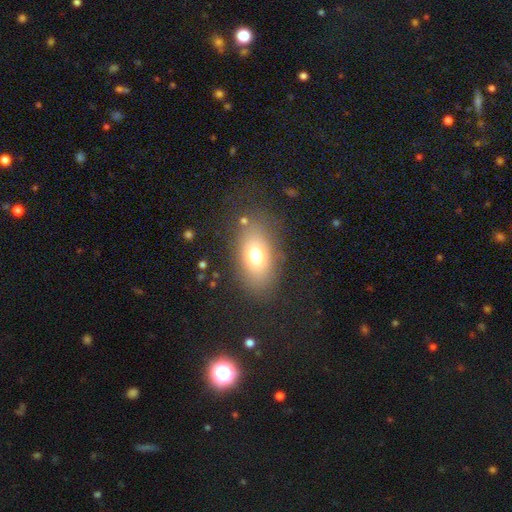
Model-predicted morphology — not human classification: Smooth or featured?
  - smooth: 70% *
  - featured or disk: 17%
  - star or artifact: 13%
How rounded?
  - in between: 82% *
  - round: 15%
  - cigar-shaped: 3%
Merging?
  - none: 80% *
  - minor disturbance: 11%
  - major disturbance: 7%
  - merger: 2%